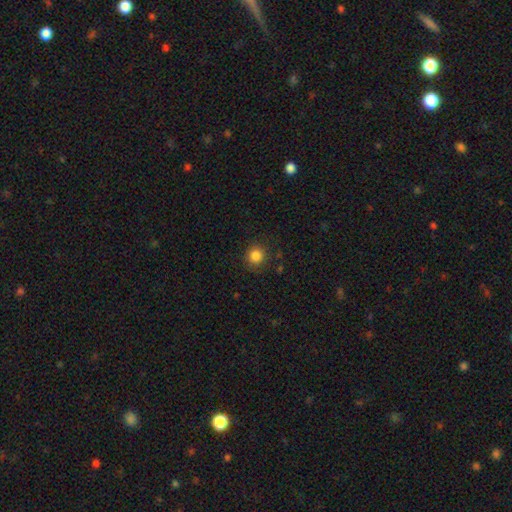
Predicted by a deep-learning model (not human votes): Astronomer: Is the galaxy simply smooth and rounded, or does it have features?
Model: smooth — 85%.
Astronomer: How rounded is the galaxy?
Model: round — 92%.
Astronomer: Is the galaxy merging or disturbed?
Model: none — 87%.